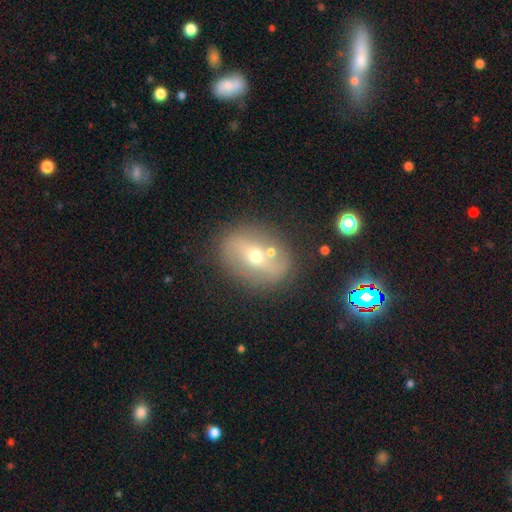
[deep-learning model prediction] Smooth or featured: featured or disk — 54% (smooth — 35%)
Edge-on disk: no — 85% (yes — 15%)
Merging: none — 77% (minor disturbance — 12%)